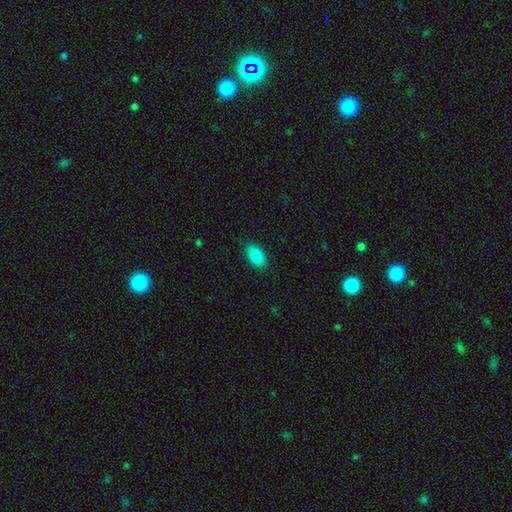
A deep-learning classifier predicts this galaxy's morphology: type=smooth (88%); roundness=in between (93%); merging=none (87%).